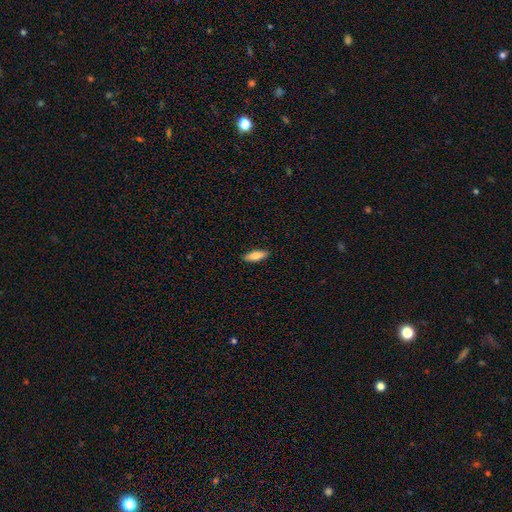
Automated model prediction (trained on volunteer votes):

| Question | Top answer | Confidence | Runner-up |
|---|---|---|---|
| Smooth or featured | smooth | 82% | featured or disk (12%) |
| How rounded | in between | 61% | cigar-shaped (38%) |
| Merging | none | 89% | minor disturbance (8%) |